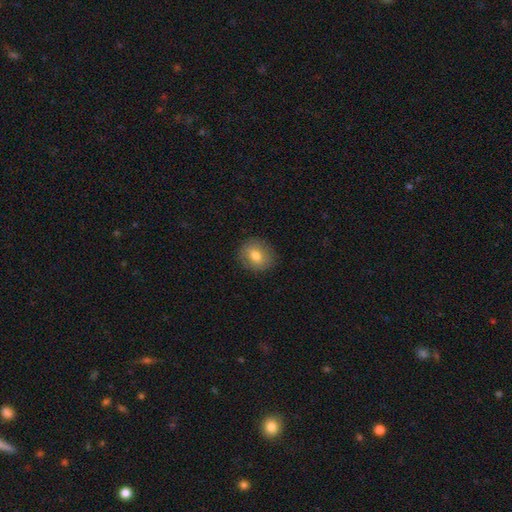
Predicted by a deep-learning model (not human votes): Overall: smooth (75%). How rounded: round (74%). Merging: none (86%).